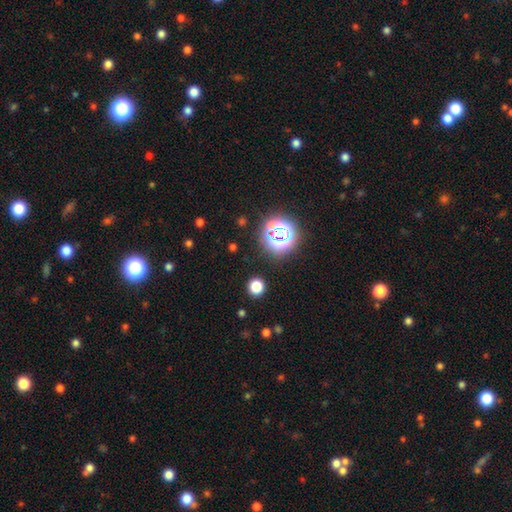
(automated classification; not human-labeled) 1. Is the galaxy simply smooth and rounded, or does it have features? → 78% star or artifact, 15% smooth, 7% featured or disk.